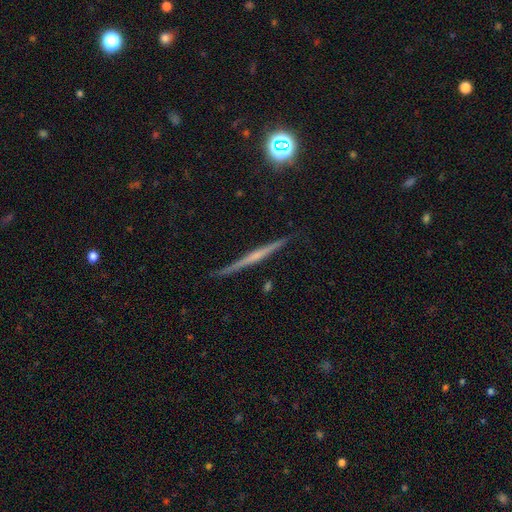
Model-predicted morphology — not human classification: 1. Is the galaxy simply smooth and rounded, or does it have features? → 70% featured or disk, 22% smooth, 8% star or artifact.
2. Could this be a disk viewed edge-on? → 98% yes, 2% no.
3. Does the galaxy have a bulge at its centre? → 54% none, 35% rounded, 11% boxy.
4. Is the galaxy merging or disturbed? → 90% none, 7% minor disturbance, 1% major disturbance, 1% merger.